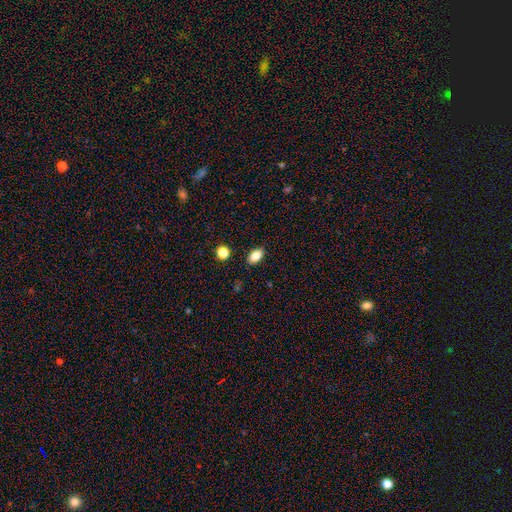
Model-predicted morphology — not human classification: Q: Smooth or featured?
A: smooth (84%); runner-up: star or artifact (9%)
Q: How rounded?
A: in between (89%); runner-up: round (8%)
Q: Merging?
A: none (88%); runner-up: minor disturbance (9%)